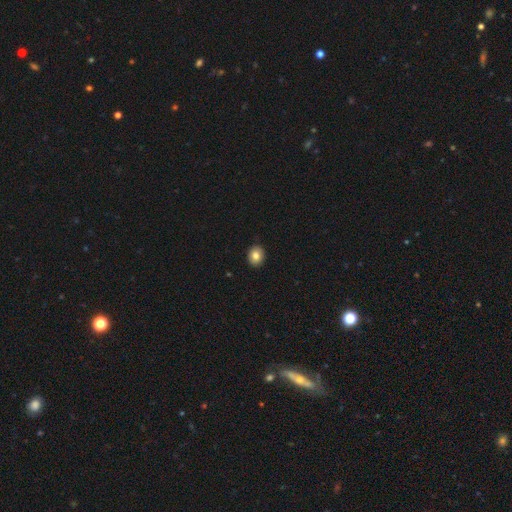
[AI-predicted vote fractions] Smooth or featured: smooth — 82% (star or artifact — 9%)
How rounded: round — 61% (in between — 38%)
Merging: none — 91% (minor disturbance — 6%)